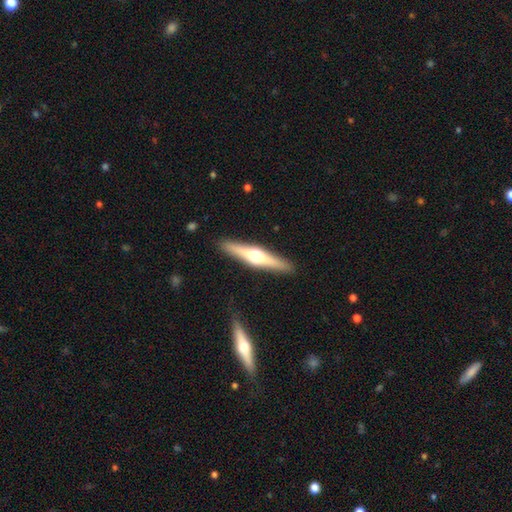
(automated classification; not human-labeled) Smooth or featured? Predicted: featured or disk (p=0.63). Edge-on disk? Predicted: yes (p=0.96). Edge-on bulge? Predicted: rounded (p=0.94). Merging? Predicted: none (p=0.90).